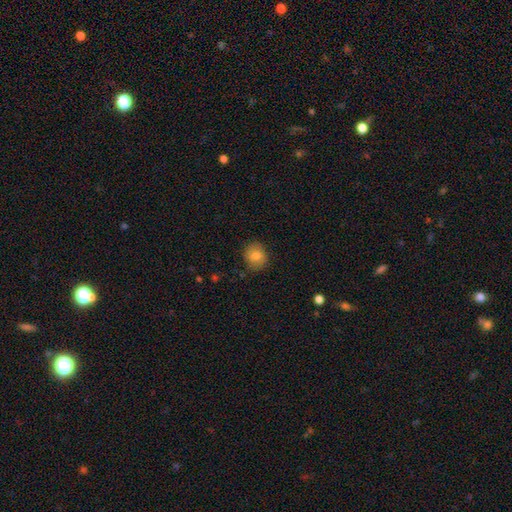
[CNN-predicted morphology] smooth-or-featured: smooth: 80% | featured or disk: 11% | star or artifact: 9%
  how-rounded: round: 81% | in between: 18% | cigar-shaped: 1%
  merging: none: 85% | minor disturbance: 11% | major disturbance: 3% | merger: 1%